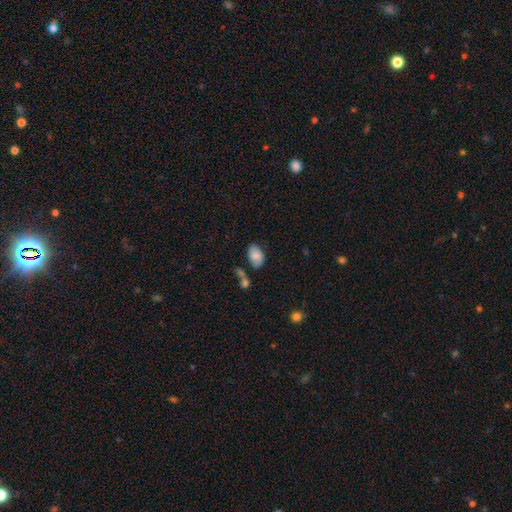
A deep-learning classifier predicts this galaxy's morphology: Smooth or featured: smooth — 80% (featured or disk — 13%)
How rounded: in between — 90% (round — 9%)
Merging: none — 63% (minor disturbance — 20%)